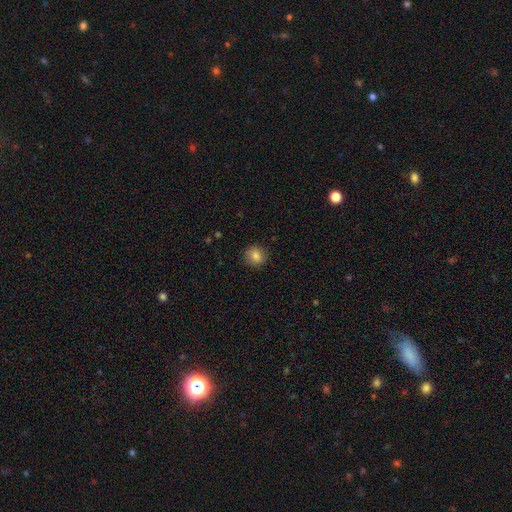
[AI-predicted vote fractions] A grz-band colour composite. It shows a smooth galaxy with no disk features (83%) that is round (85%). Merging: none (89%).